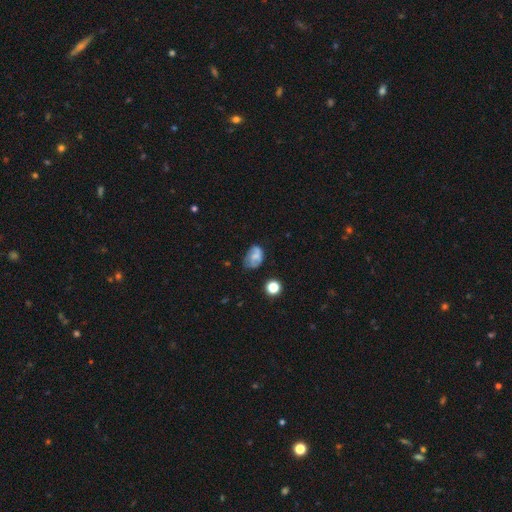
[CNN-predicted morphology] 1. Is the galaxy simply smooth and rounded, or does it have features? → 56% smooth, 32% featured or disk, 11% star or artifact.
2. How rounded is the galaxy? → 75% in between, 23% round, 1% cigar-shaped.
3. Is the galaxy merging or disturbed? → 48% none, 34% minor disturbance, 15% major disturbance, 3% merger.